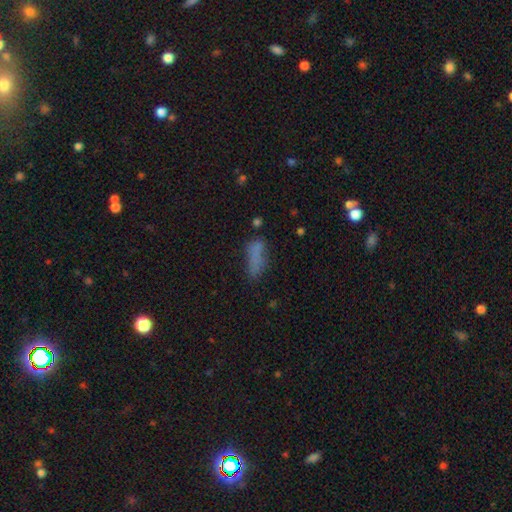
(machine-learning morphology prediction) smooth_or_featured: smooth (p=0.71) [alt: featured or disk p=0.14]
how_rounded: in between (p=0.54) [alt: cigar-shaped p=0.42]
merging: none (p=0.52) [alt: minor disturbance p=0.25]